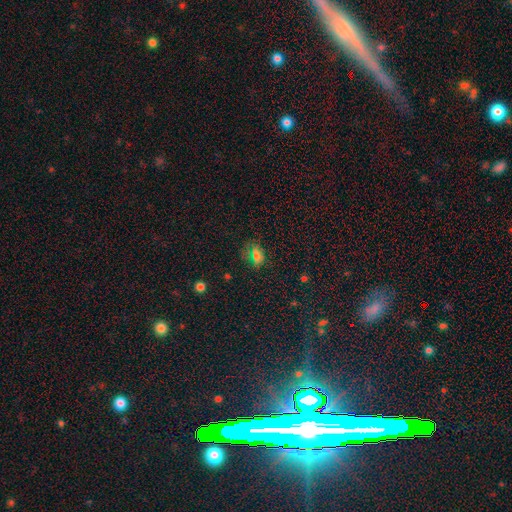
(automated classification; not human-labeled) smooth-or-featured: smooth: 59% | star or artifact: 31% | featured or disk: 10%
  how-rounded: in between: 63% | round: 33% | cigar-shaped: 4%
  merging: none: 69% | minor disturbance: 18% | major disturbance: 10% | merger: 3%